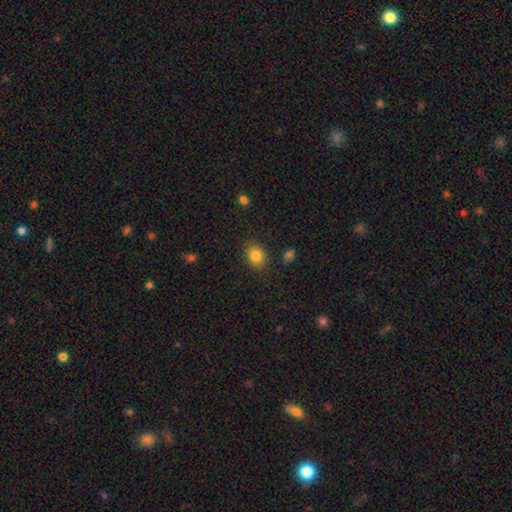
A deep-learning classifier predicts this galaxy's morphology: A smooth galaxy with no disk features (84%) that is in between round and cigar-shaped (55%). Merging: none (85%).